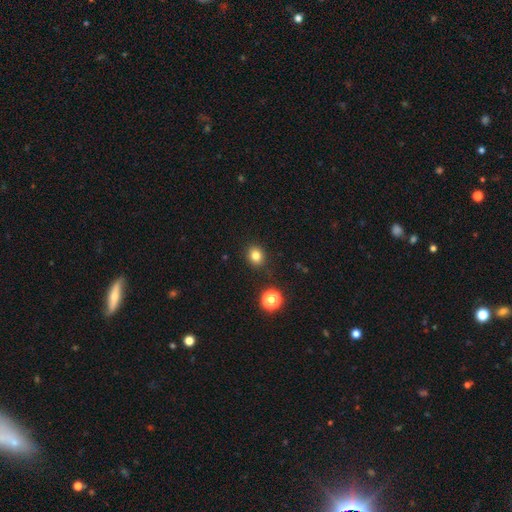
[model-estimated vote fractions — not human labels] Morphology: type=smooth (80%); roundness=round (71%); merging=none (88%).